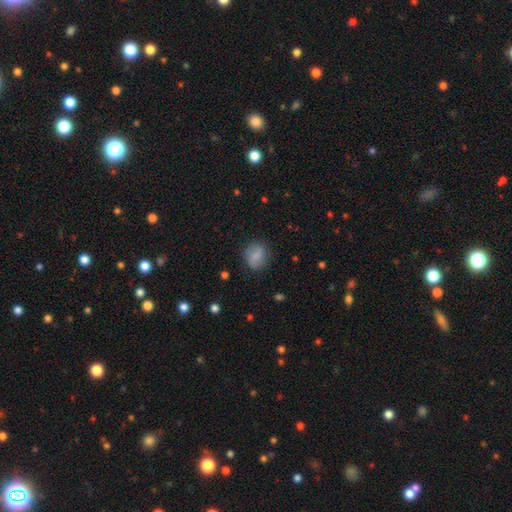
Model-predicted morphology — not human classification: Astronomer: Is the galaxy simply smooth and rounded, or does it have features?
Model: smooth — 73%.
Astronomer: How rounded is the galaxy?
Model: round — 59% (runner-up: in between, 39%).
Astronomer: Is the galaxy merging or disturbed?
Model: none — 75%.